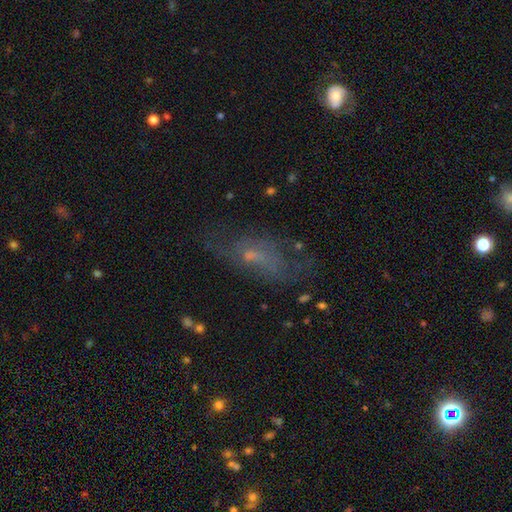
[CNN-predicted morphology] This is possibly a featured or disk galaxy (47%). Merging: possibly none (52%).